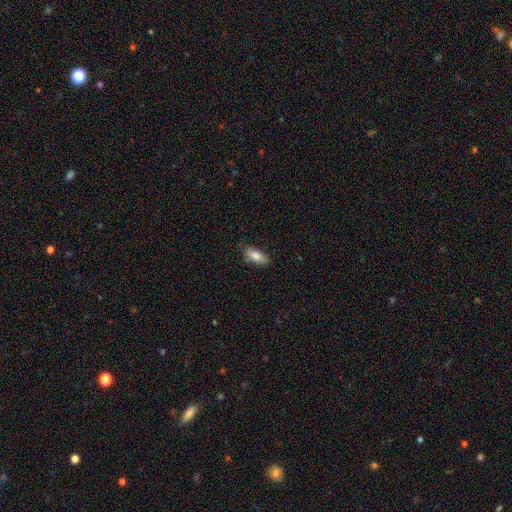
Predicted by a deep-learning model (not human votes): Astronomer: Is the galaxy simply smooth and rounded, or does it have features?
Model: smooth — 83%.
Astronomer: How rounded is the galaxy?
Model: in between — 84%.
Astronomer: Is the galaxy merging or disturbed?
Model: none — 79%.